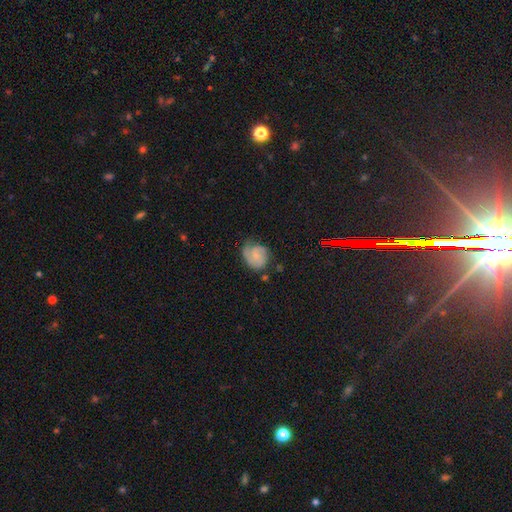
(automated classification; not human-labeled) A featured or disk galaxy (58%) with no bar (63%), 2 (45%) tight (47%) spiral arms (89%) and a small central bulge (56%). Merging: none (52%).